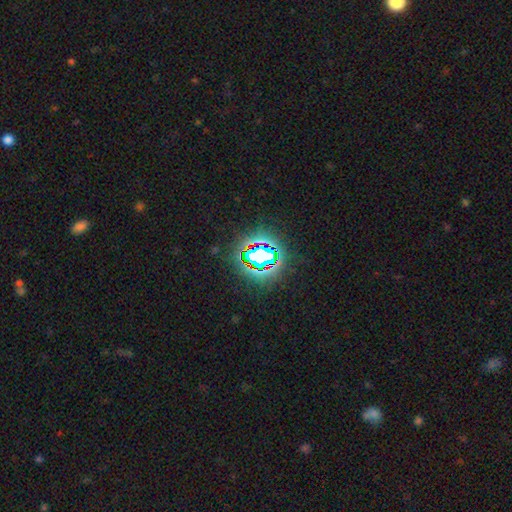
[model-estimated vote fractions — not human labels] Smooth or featured? Predicted: star or artifact (p=0.79).